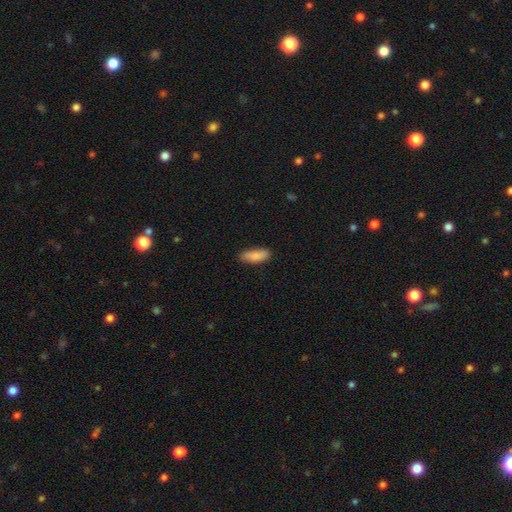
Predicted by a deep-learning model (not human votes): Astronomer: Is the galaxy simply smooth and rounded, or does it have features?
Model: smooth — 87%.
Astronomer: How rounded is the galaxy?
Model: in between — 66%.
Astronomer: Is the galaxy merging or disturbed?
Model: none — 83%.